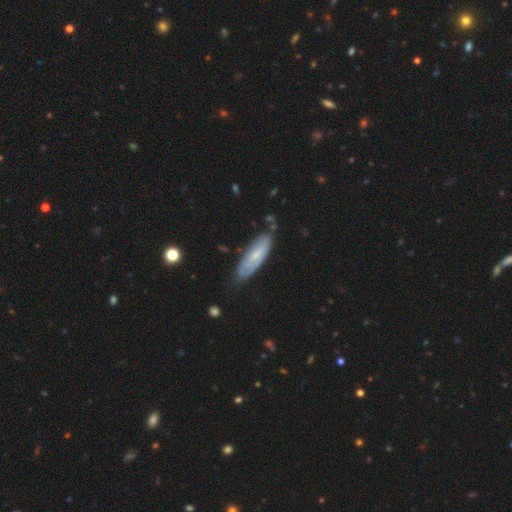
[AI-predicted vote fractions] Overall: smooth (50%; featured or disk 44%). How rounded: in between (53%; cigar-shaped 46%). Merging: none (69%).